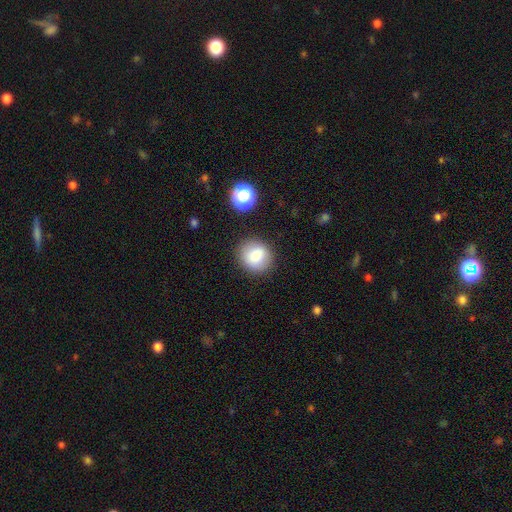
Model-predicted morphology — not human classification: Smooth or featured?
  - smooth: 83% *
  - star or artifact: 9%
  - featured or disk: 8%
How rounded?
  - round: 79% *
  - in between: 20%
  - cigar-shaped: 1%
Merging?
  - none: 84% *
  - minor disturbance: 11%
  - major disturbance: 3%
  - merger: 2%